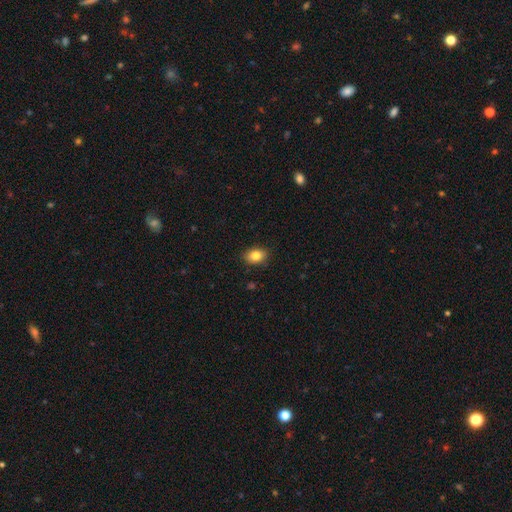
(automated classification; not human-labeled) Morphology: type=smooth (83%); roundness=in between (76%); merging=none (87%).